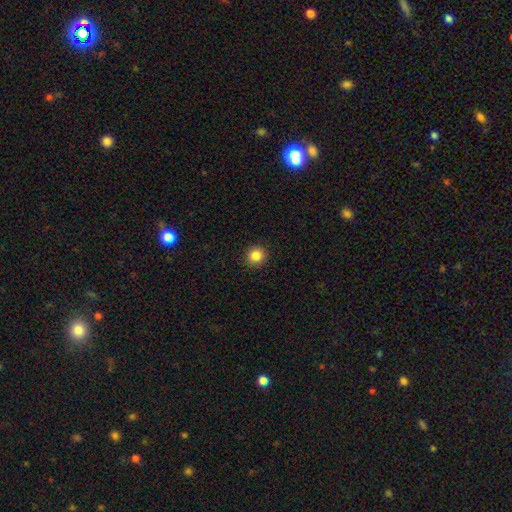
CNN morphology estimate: smooth_or_featured: smooth (p=0.86) [alt: star or artifact p=0.10]
how_rounded: round (p=0.93) [alt: in between p=0.06]
merging: none (p=0.92) [alt: minor disturbance p=0.05]